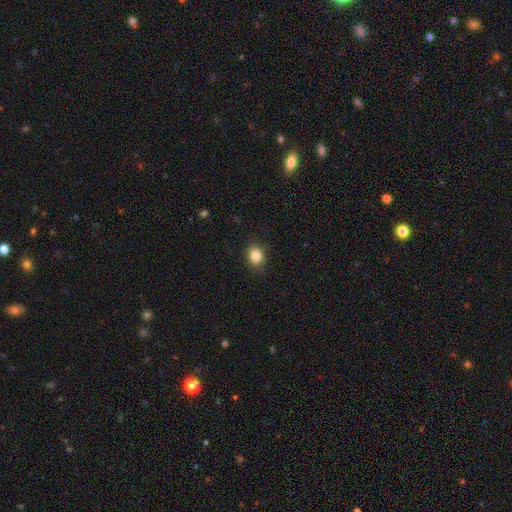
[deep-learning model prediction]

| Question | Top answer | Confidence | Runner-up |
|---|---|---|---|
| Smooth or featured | smooth | 84% | star or artifact (10%) |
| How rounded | round | 60% | in between (39%) |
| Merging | none | 88% | minor disturbance (9%) |